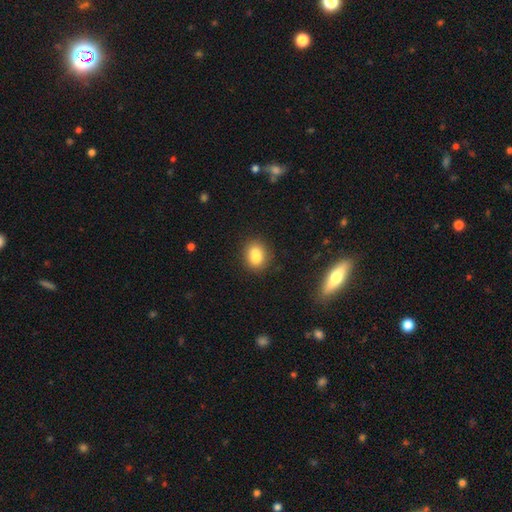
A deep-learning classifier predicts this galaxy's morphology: A smooth galaxy with no disk features (79%) that is in between round and cigar-shaped (55%). Merging: none (59%).